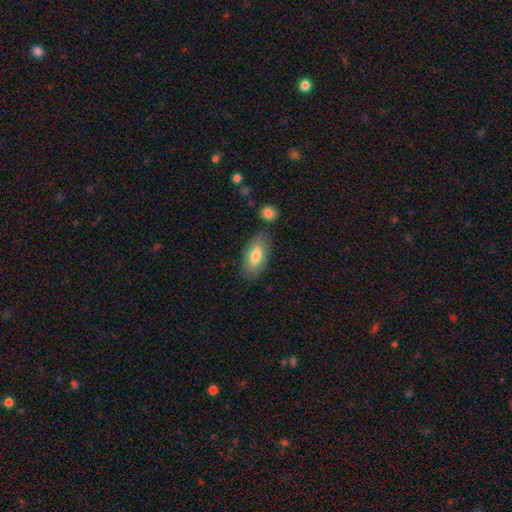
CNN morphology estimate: smooth_or_featured: smooth (p=0.77) [alt: featured or disk p=0.17]
how_rounded: in between (p=0.89) [alt: cigar-shaped p=0.08]
merging: none (p=0.79) [alt: minor disturbance p=0.14]